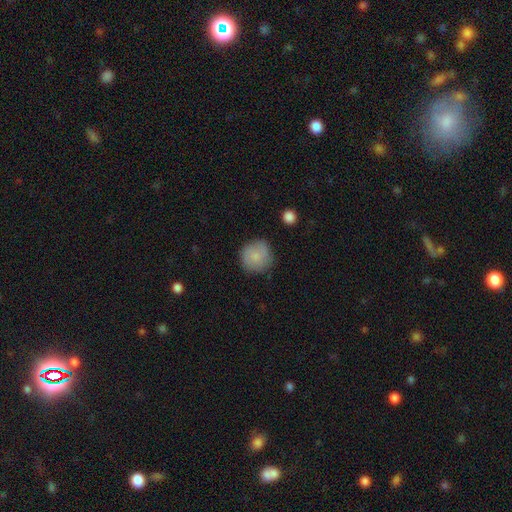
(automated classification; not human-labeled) A smooth galaxy with no disk features (81%) that is round (92%).

Vote fractions:
- Smooth or featured? smooth: 81% / featured or disk: 12% / star or artifact: 7%
- How rounded? round: 92% / in between: 7% / cigar-shaped: 1%
- Merging? none: 77% / minor disturbance: 17% / major disturbance: 4% / merger: 2%